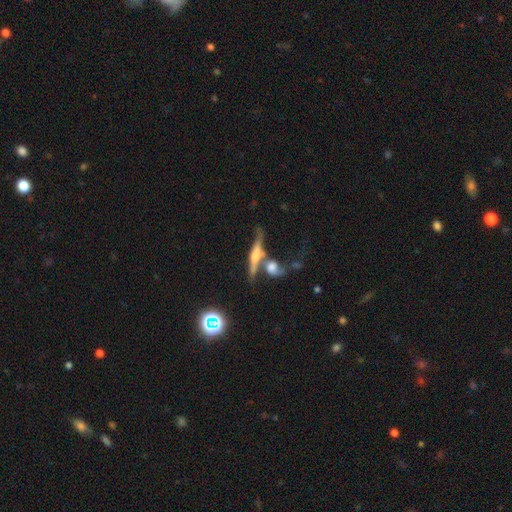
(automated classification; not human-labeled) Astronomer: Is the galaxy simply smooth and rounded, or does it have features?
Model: featured or disk — 70%.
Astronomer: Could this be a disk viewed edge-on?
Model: yes — 89%.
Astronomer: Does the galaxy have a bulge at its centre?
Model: rounded — 78%.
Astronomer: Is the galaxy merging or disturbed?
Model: none — 47% (runner-up: merger, 32%).